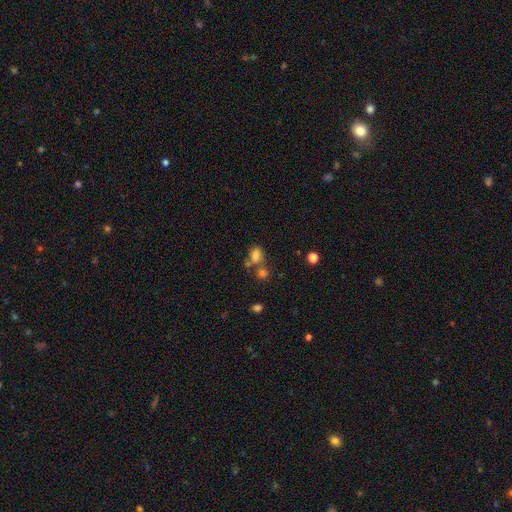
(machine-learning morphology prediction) Smooth or featured? smooth (76%)
How rounded? in between (73%)
Merging? none (44%)